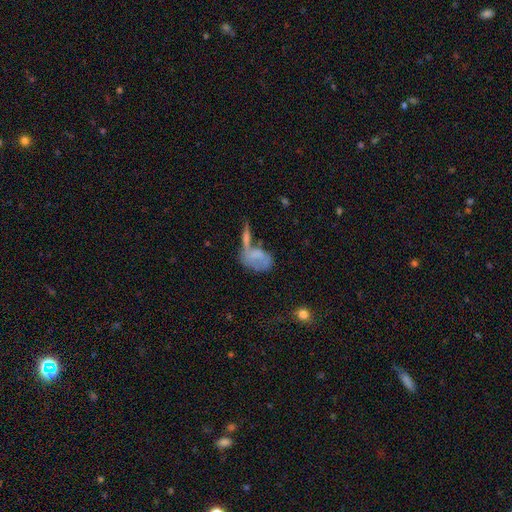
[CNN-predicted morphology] This appears to be a smooth galaxy with no disk features (51%) that is in between round and cigar-shaped (81%). Merging: merger (40%).